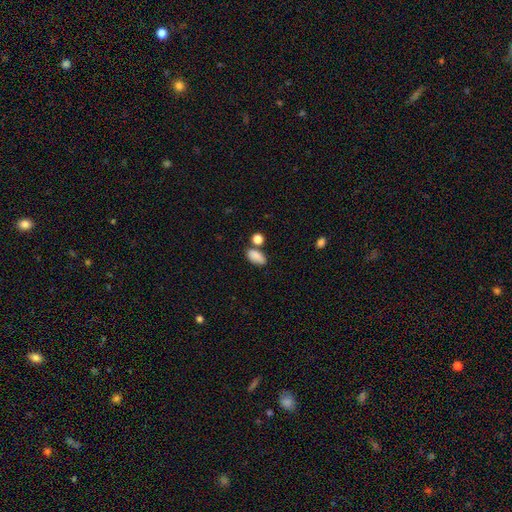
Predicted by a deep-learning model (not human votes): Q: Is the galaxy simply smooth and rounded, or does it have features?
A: smooth — 86%.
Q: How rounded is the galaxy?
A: in between — 91%.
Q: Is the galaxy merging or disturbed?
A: none — 64%.